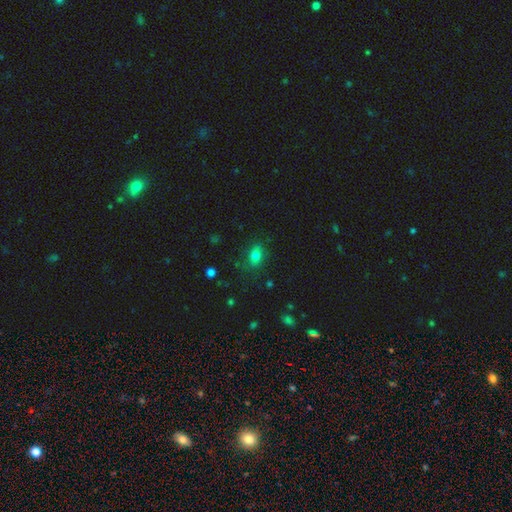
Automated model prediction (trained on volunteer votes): This is likely a smooth galaxy (76%). How rounded: likely in between (74%). Merging: likely none (77%).